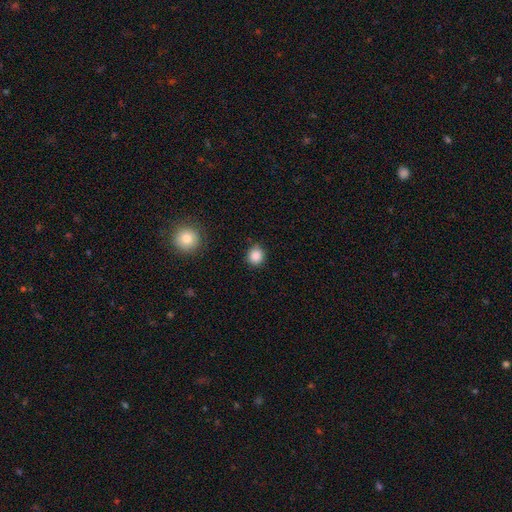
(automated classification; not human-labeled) Smooth or featured?
  - smooth: 87% *
  - star or artifact: 10%
  - featured or disk: 3%
How rounded?
  - round: 85% *
  - in between: 14%
  - cigar-shaped: 1%
Merging?
  - none: 84% *
  - minor disturbance: 12%
  - major disturbance: 3%
  - merger: 2%